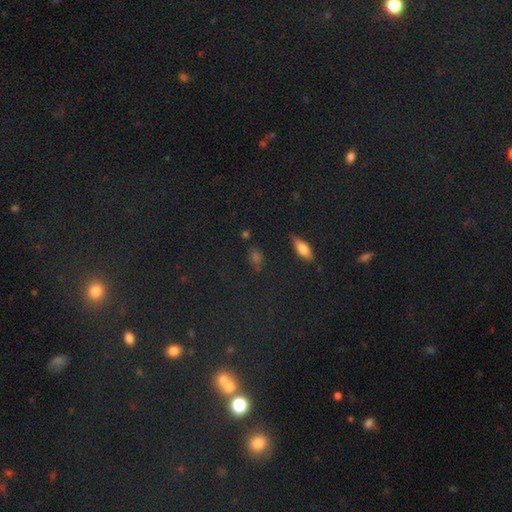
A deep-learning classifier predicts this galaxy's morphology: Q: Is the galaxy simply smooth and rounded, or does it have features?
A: smooth — 54%.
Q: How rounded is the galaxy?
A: in between — 65%.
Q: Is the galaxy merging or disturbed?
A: none — 81%.